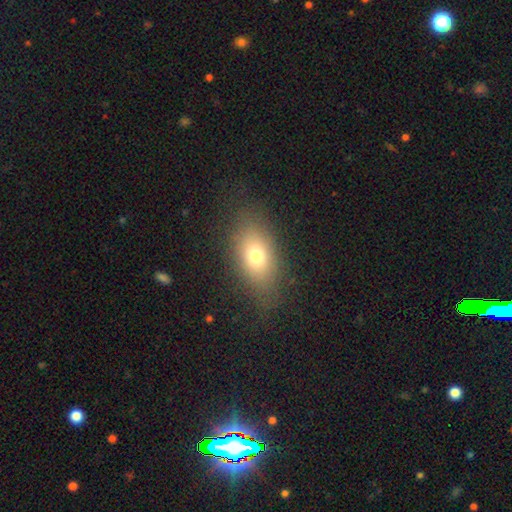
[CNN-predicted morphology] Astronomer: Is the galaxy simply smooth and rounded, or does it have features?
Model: smooth — 73%.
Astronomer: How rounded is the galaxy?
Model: in between — 82%.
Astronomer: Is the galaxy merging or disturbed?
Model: none — 79%.